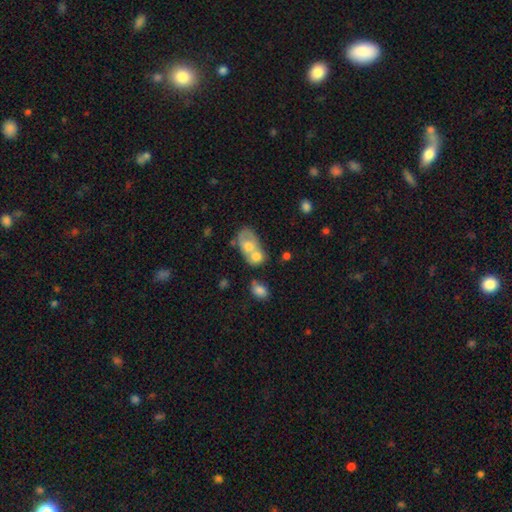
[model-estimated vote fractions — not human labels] A smooth galaxy with no disk features (62%) that is in between round and cigar-shaped (69%). Merging: merger (69%).